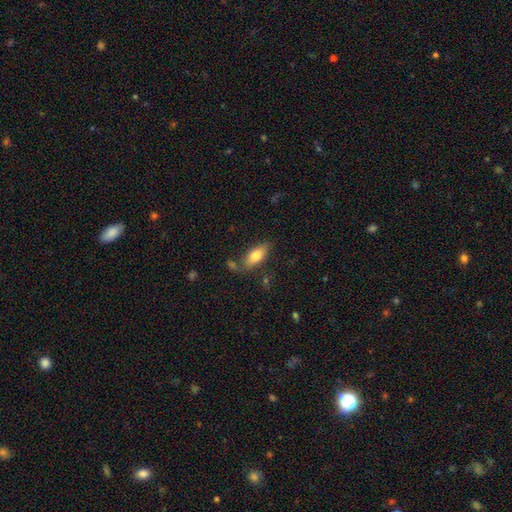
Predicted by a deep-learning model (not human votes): Overall: smooth (77%). How rounded: in between (83%). Merging: none (71%).